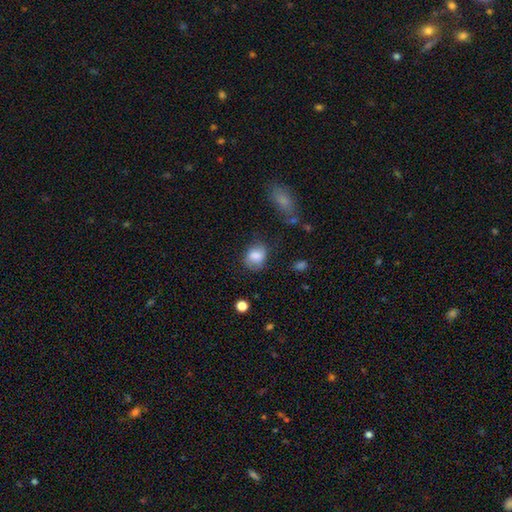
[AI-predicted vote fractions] Morphology: type=smooth (78%); roundness=in between (57%); merging=none (62%).